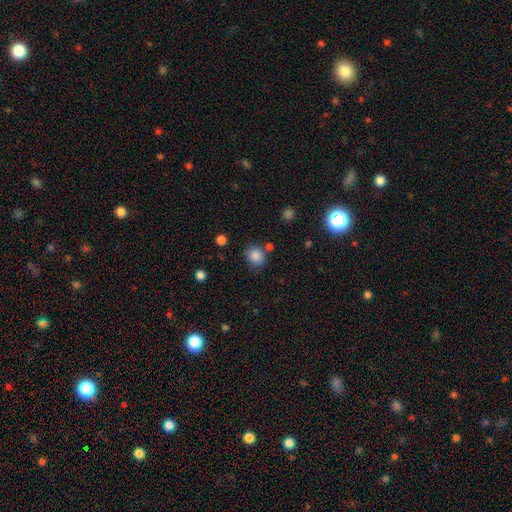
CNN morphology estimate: Smooth or featured? Predicted: smooth (p=0.85). How rounded? Predicted: round (p=0.74). Merging? Predicted: none (p=0.74).